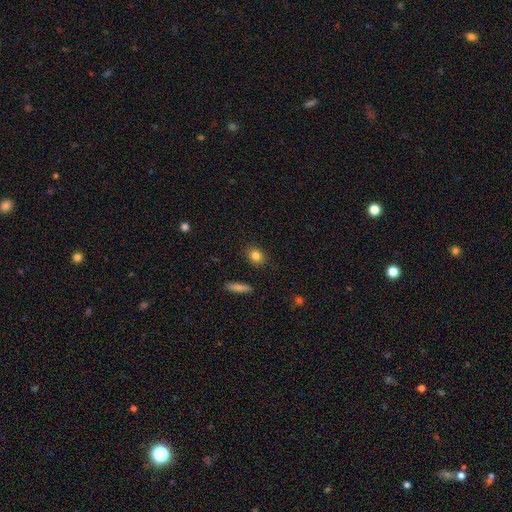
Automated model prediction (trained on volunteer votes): Morphology: type=smooth (83%); roundness=round (52%); merging=none (88%).